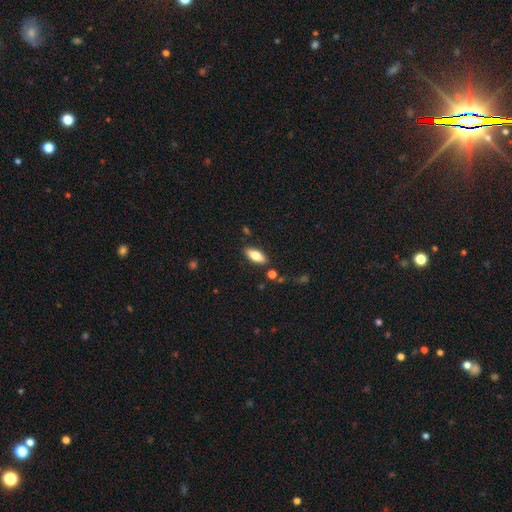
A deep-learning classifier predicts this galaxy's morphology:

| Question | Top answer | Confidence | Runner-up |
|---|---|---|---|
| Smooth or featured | smooth | 75% | featured or disk (18%) |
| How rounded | in between | 79% | cigar-shaped (19%) |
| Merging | none | 84% | minor disturbance (10%) |